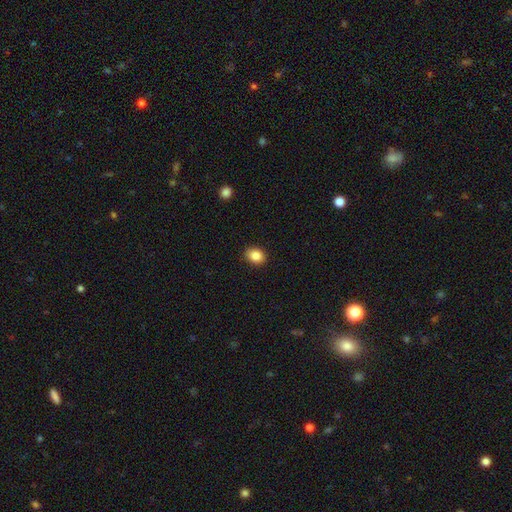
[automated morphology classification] A smooth galaxy with no disk features (86%) that is round (51%).

Vote fractions:
- Smooth or featured? smooth: 86% / star or artifact: 9% / featured or disk: 5%
- How rounded? round: 51% / in between: 48% / cigar-shaped: 1%
- Merging? none: 89% / minor disturbance: 8% / major disturbance: 2% / merger: 1%